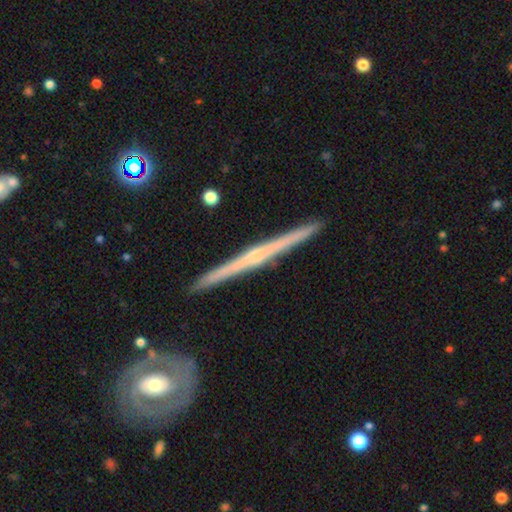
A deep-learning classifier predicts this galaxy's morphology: Smooth or featured?
  - featured or disk: 81% *
  - smooth: 14%
  - star or artifact: 5%
Edge-on disk?
  - yes: 98% *
  - no: 2%
Edge-on bulge?
  - rounded: 59% *
  - none: 34%
  - boxy: 7%
Merging?
  - none: 92% *
  - minor disturbance: 5%
  - merger: 1%
  - major disturbance: 1%